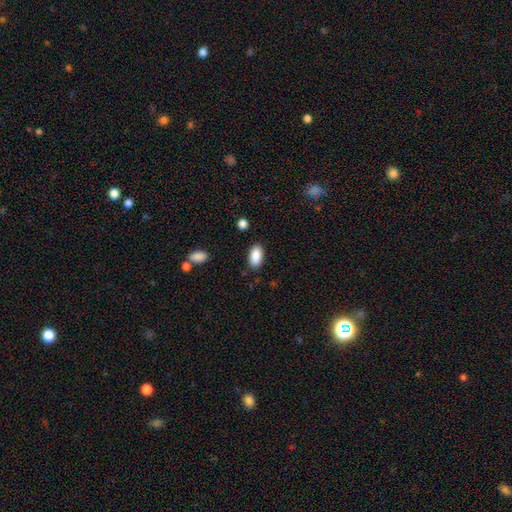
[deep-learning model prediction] Smooth or featured? Predicted: smooth (p=0.89). How rounded? Predicted: in between (p=0.93). Merging? Predicted: none (p=0.86).